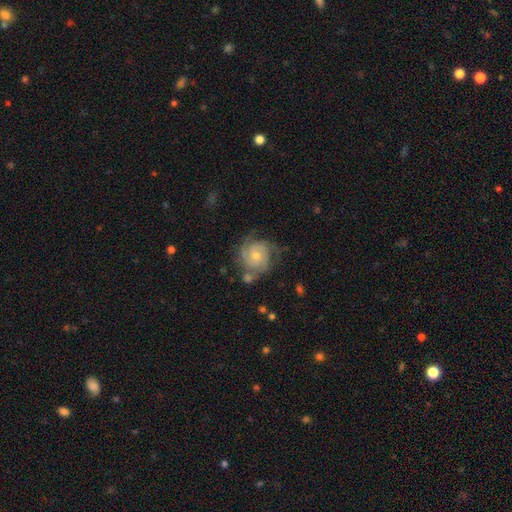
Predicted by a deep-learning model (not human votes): Morphology: type=featured or disk (81%); edge-on=no (98%); bar=no (74%); spiral arms=yes (95%); winding=tight (60%); arm count=3 (37%); bulge=small (49%); merging=none (60%).